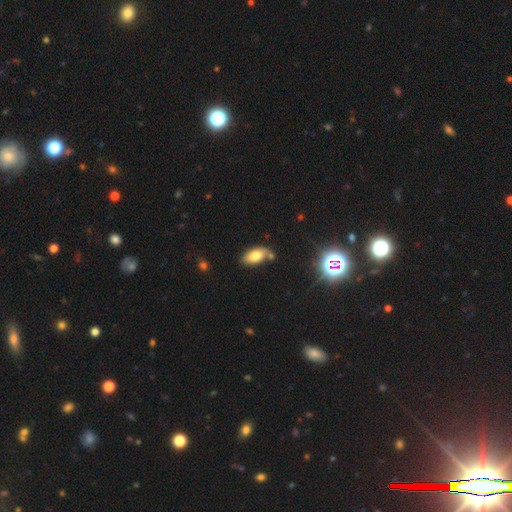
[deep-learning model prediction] Smooth or featured? smooth (76%)
How rounded? in between (93%)
Merging? none (60%)